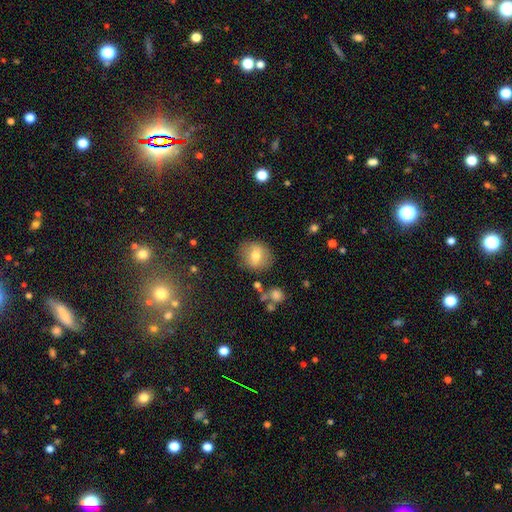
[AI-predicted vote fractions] A smooth galaxy with no disk features (71%) that is round (79%). Merging: none (82%).